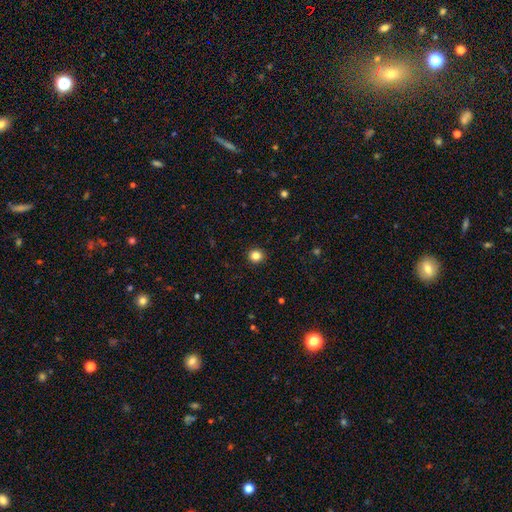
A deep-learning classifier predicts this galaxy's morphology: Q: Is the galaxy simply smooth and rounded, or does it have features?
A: smooth — 84%.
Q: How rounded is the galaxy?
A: round — 90%.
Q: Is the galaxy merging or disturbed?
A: none — 93%.